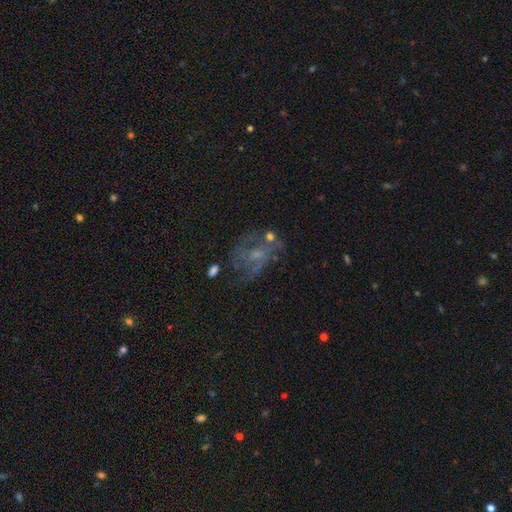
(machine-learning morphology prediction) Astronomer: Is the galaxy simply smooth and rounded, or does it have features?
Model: featured or disk — 66%.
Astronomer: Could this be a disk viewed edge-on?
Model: no — 97%.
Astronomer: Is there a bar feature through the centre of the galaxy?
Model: no — 65%.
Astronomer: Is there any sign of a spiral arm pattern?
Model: yes — 64%.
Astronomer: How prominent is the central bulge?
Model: small — 44% (runner-up: moderate, 29%).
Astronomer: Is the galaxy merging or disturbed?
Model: none — 44% (runner-up: major disturbance, 27%).